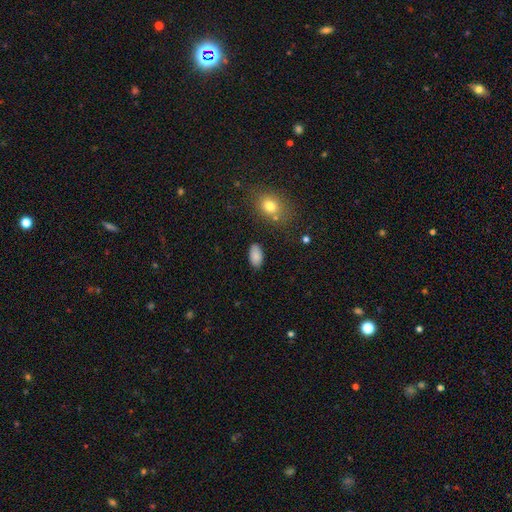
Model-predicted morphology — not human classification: Smooth or featured? smooth (87%)
How rounded? in between (94%)
Merging? none (84%)